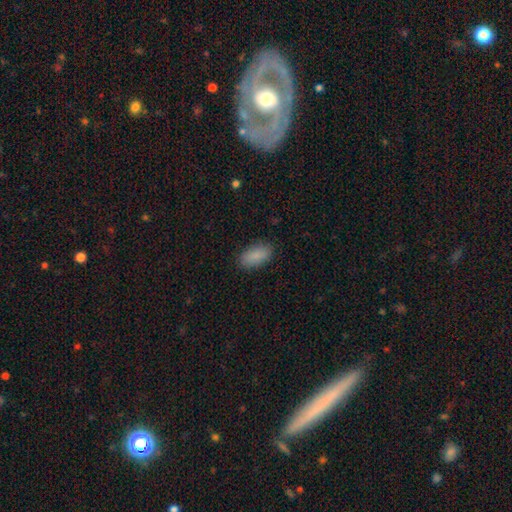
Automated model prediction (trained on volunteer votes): A smooth galaxy with no disk features (89%) that is in between round and cigar-shaped (92%).

Vote fractions:
- Smooth or featured? smooth: 89% / star or artifact: 7% / featured or disk: 4%
- How rounded? in between: 92% / cigar-shaped: 6% / round: 3%
- Merging? none: 88% / minor disturbance: 9% / major disturbance: 2% / merger: 1%